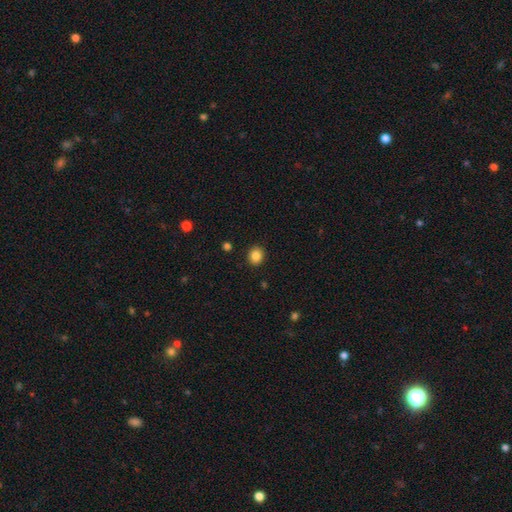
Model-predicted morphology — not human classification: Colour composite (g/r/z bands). It shows a smooth galaxy with no disk features (86%) that is round (76%). Merging: none (91%).